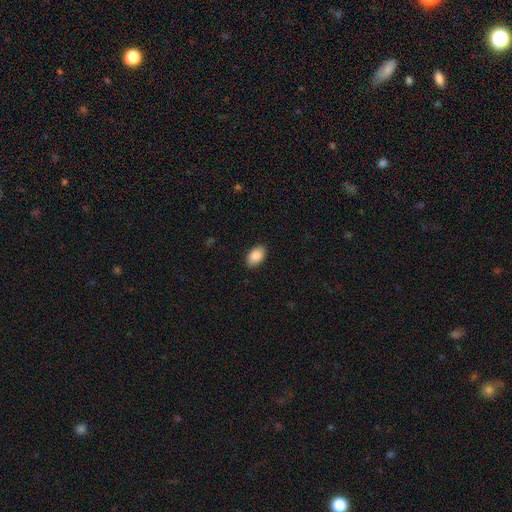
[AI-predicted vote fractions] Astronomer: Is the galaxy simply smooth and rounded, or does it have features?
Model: smooth — 89%.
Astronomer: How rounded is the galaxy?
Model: in between — 92%.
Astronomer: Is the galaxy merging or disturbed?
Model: none — 89%.